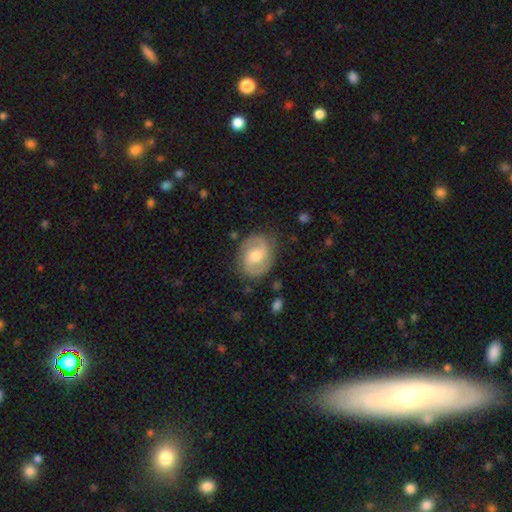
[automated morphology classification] The model was most divided on "bar": weak: 49%, no: 37%, strong: 14%. Remaining: edge-on disk — no (97%); spiral arms — yes (90%); spiral arm count — 2 (88%); merging — none (81%); smooth or featured — featured or disk (73%); bulge size — moderate (67%); spiral winding — medium (49%).